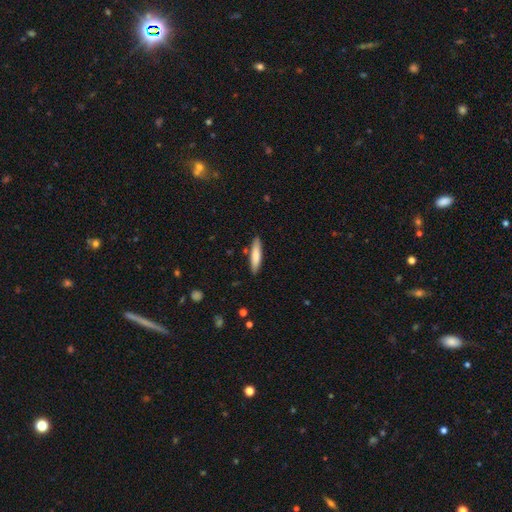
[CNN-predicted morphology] Smooth or featured: smooth — 76% (featured or disk — 19%)
How rounded: cigar-shaped — 82% (in between — 16%)
Merging: none — 87% (minor disturbance — 10%)